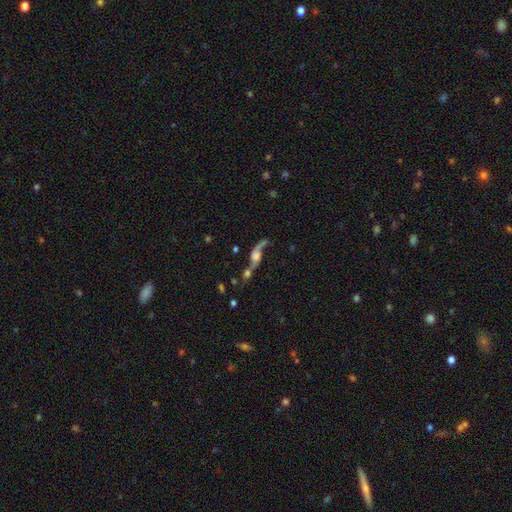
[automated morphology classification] A featured or disk galaxy (67%) with no bar (68%), spiral arms (83%) and a moderate central bulge (27%).

Vote fractions:
- Smooth or featured? featured or disk: 67% / smooth: 20% / star or artifact: 13%
- Edge-on disk? no: 79% / yes: 21%
- Bar? no: 68% / weak: 25% / strong: 7%
- Spiral arms? yes: 83% / no: 17%
- Bulge size? moderate: 27% / none: 23% / large: 22% / small: 21% / dominant: 7%
- Merging? merger: 35% / none: 33% / major disturbance: 18% / minor disturbance: 14%